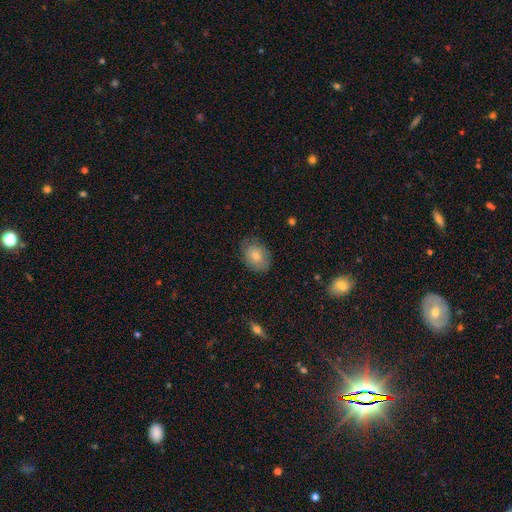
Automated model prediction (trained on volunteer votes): Smooth or featured? smooth (77%)
How rounded? in between (71%)
Merging? none (75%)